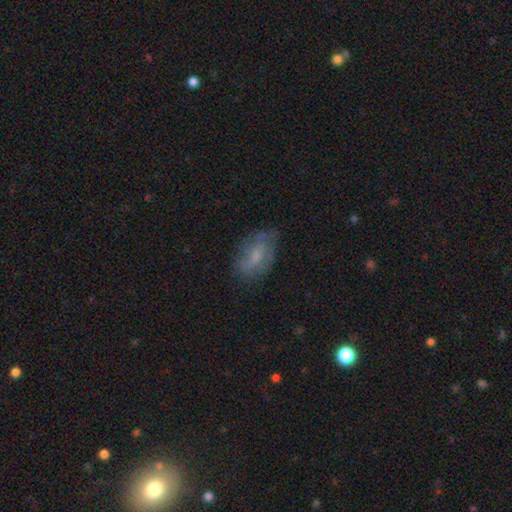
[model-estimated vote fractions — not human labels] Smooth or featured? Predicted: smooth (p=0.49). Merging? Predicted: none (p=0.64).